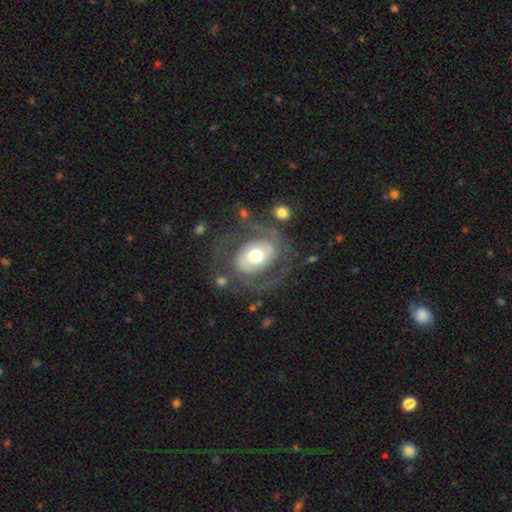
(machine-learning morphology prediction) A featured or disk galaxy (71%) with no bar (58%), spiral arms (69%) and a moderate central bulge (62%). Merging: none (63%).